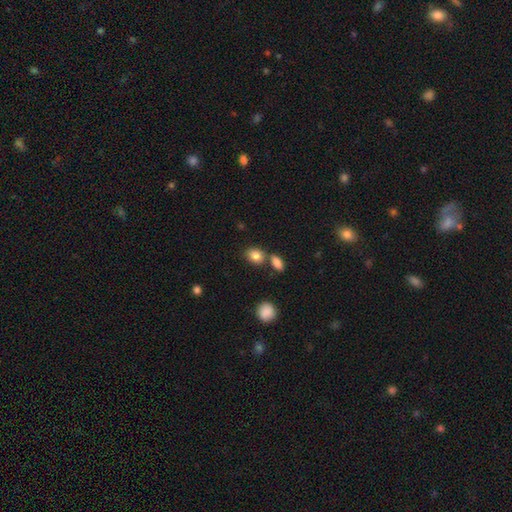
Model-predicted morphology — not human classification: The model was most divided on "how rounded": in between: 62%, round: 37%, cigar-shaped: 1%. More confident: smooth or featured — smooth (85%); merging — none (63%).